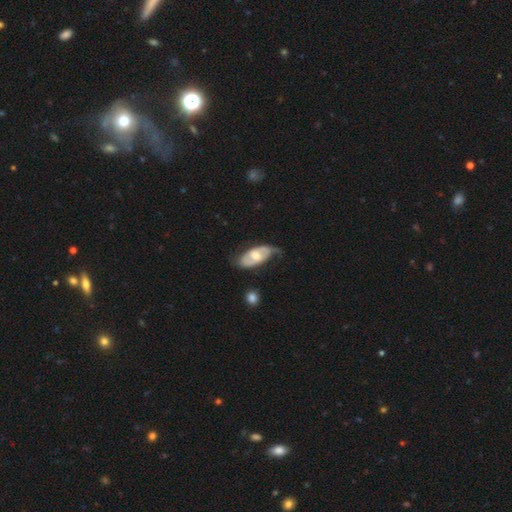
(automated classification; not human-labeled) Overall: featured or disk (64%; smooth 31%). Edge-on disk: no (91%). Bar: no (48%; weak 39%). Spiral arms: yes (78%). Bulge size: moderate (65%). Merging: none (54%; minor disturbance 29%).